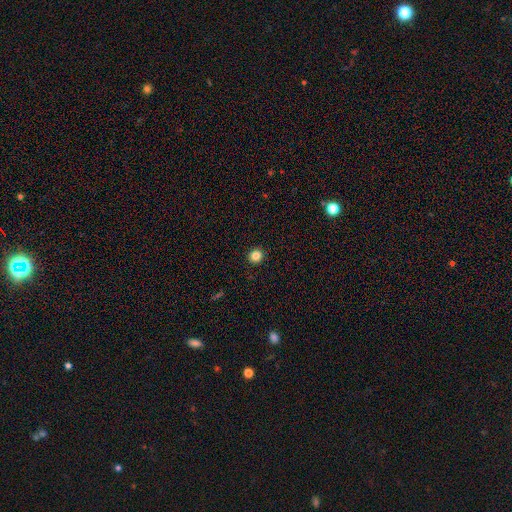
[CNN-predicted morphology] The model was most divided on "smooth or featured": smooth: 84%, star or artifact: 11%, featured or disk: 4%. More confident: merging — none (93%); how rounded — round (89%).